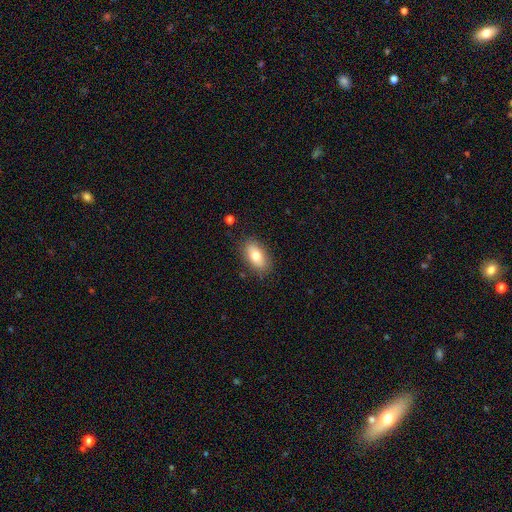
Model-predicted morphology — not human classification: type=smooth (77%); roundness=in between (90%); merging=none (84%).